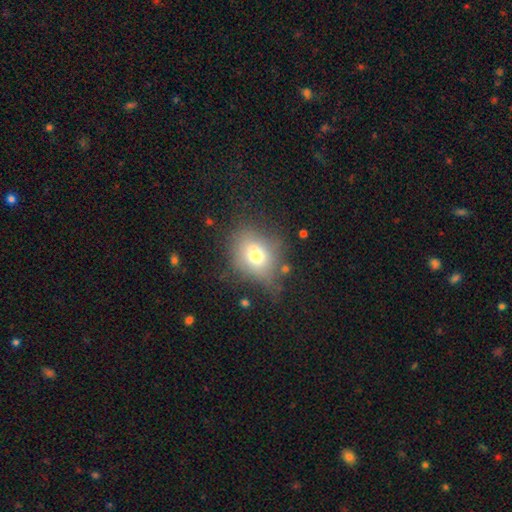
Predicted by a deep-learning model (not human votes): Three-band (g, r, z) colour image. It shows a smooth galaxy with no disk features (65%) that is round (57%). Merging: none (56%).